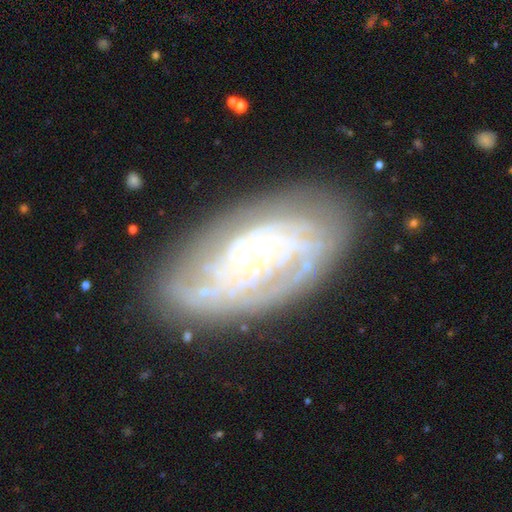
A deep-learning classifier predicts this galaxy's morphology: This appears to be a featured or disk galaxy (80%) with no bar (60%), tight (72%) spiral arms (91%) and a small central bulge (64%). Merging: none (74%).